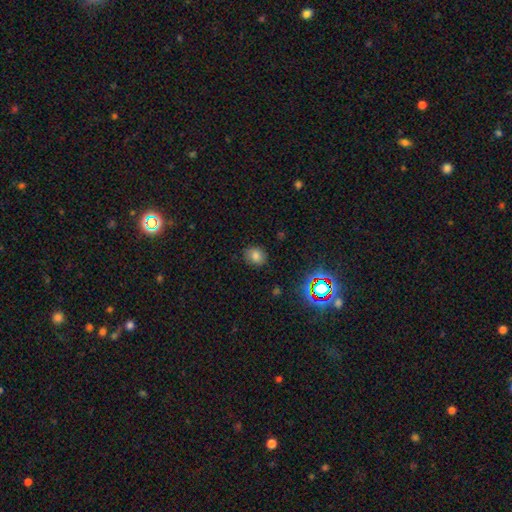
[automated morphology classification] Smooth or featured?
  - smooth: 74% *
  - star or artifact: 17%
  - featured or disk: 8%
How rounded?
  - round: 61% *
  - in between: 38%
  - cigar-shaped: 1%
Merging?
  - none: 83% *
  - minor disturbance: 13%
  - major disturbance: 3%
  - merger: 1%